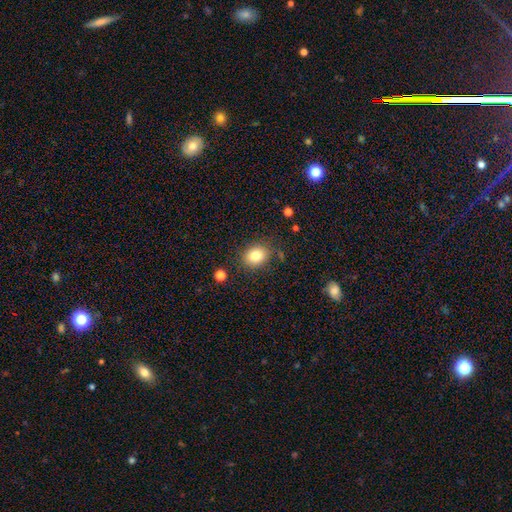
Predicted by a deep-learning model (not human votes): The model was most divided on "how rounded": round: 53%, in between: 46%, cigar-shaped: 1%. More confident: merging — none (81%); smooth or featured — smooth (81%).